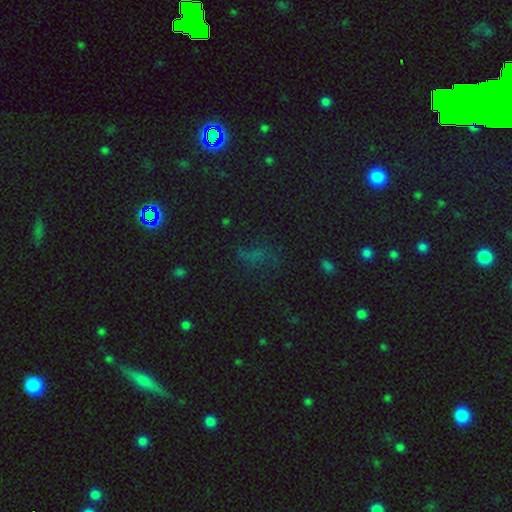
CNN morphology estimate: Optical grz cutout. It shows a star or artifact, not a galaxy (47%).